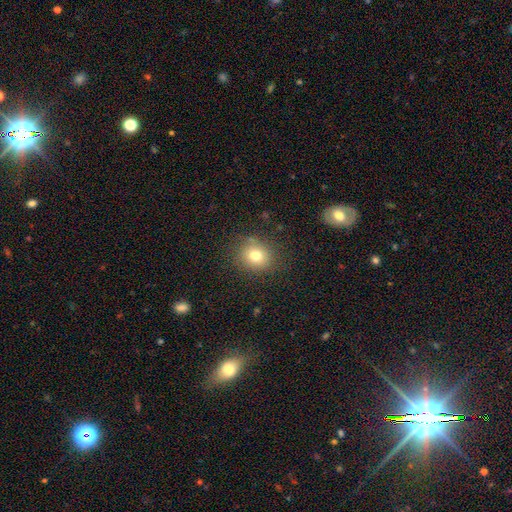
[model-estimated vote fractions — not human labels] Smooth or featured: smooth — 76% (star or artifact — 14%)
How rounded: round — 78% (in between — 21%)
Merging: none — 83% (minor disturbance — 11%)